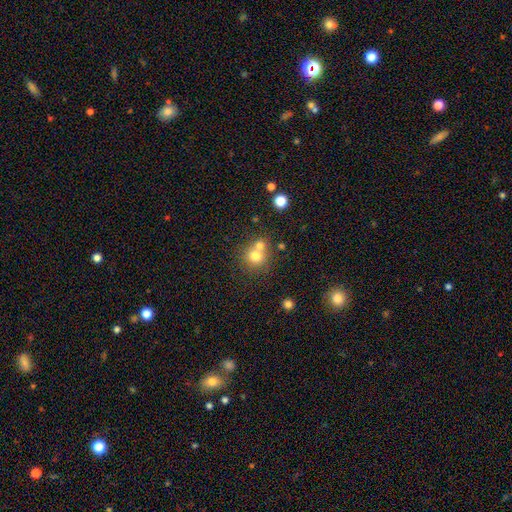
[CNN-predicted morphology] Overall: smooth (74%). How rounded: round (86%). Merging: none (49%; merger 41%).